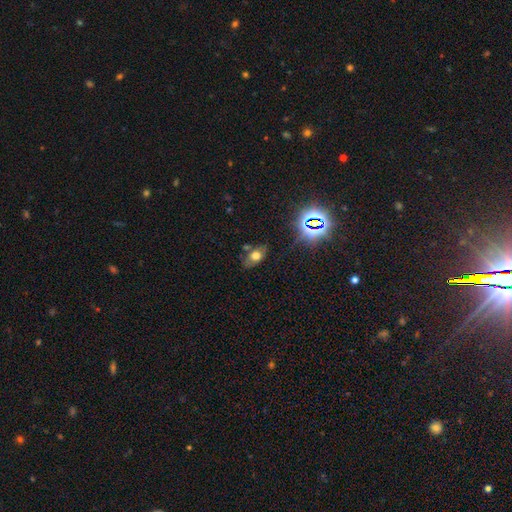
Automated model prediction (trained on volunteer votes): smooth-or-featured: smooth: 58% | featured or disk: 22% | star or artifact: 20%
  how-rounded: in between: 81% | round: 16% | cigar-shaped: 2%
  merging: none: 67% | minor disturbance: 21% | merger: 6% | major disturbance: 6%